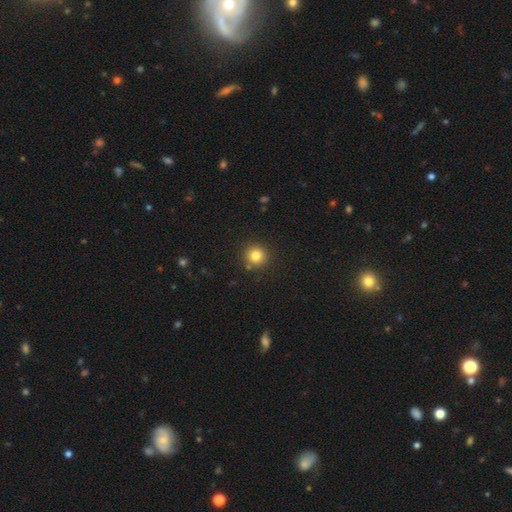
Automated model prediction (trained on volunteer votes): Smooth or featured? Predicted: smooth (p=0.81). How rounded? Predicted: round (p=0.94). Merging? Predicted: none (p=0.87).